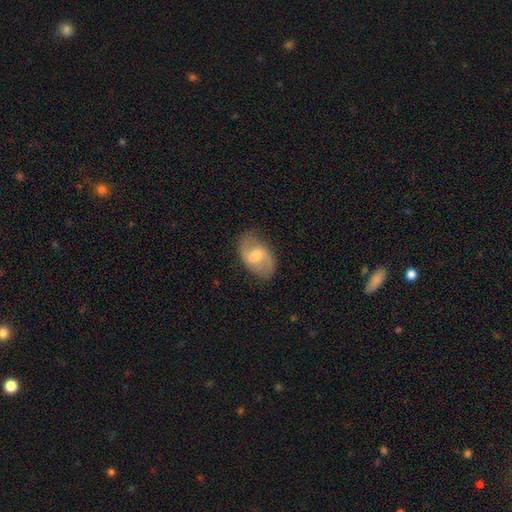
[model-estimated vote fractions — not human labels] This is likely a featured or disk galaxy (70%). It is clearly not viewed edge-on (96%). Bar: possibly weak (58%). Spiral arm pattern: clearly yes (87%). Spiral arm count: clearly 2 (89%). Spiral winding: marginally loose (44%). Central bulge: possibly moderate (57%). Merging: clearly none (80%).